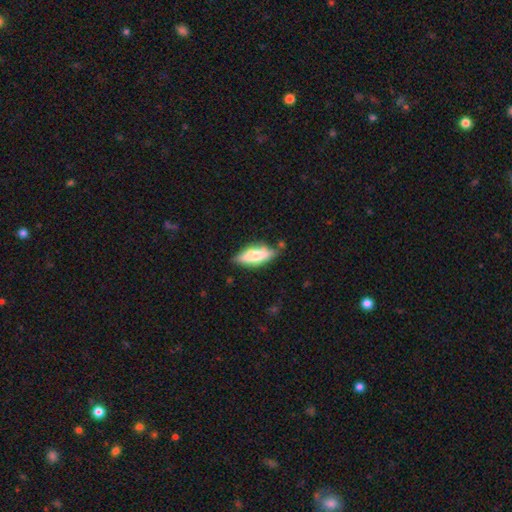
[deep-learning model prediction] Smooth or featured? smooth (60%)
How rounded? in between (58%)
Merging? none (74%)